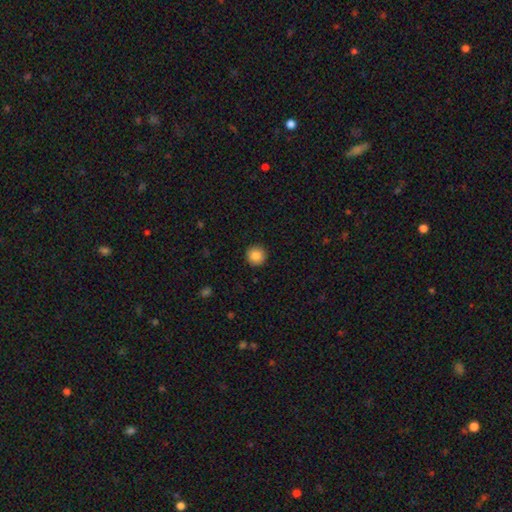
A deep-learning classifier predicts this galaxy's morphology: Smooth or featured?
  - smooth: 86% *
  - star or artifact: 9%
  - featured or disk: 6%
How rounded?
  - round: 95% *
  - in between: 4%
  - cigar-shaped: 1%
Merging?
  - none: 93% *
  - minor disturbance: 5%
  - major disturbance: 2%
  - merger: 1%